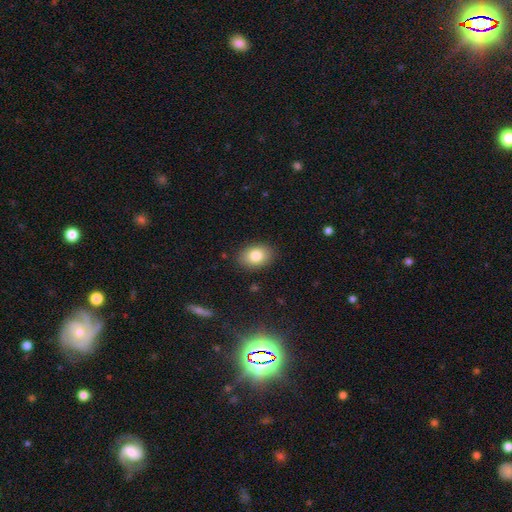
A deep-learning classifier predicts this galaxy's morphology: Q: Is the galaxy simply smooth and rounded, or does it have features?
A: smooth — 82%.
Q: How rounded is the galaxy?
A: in between — 77%.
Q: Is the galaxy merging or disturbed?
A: none — 87%.